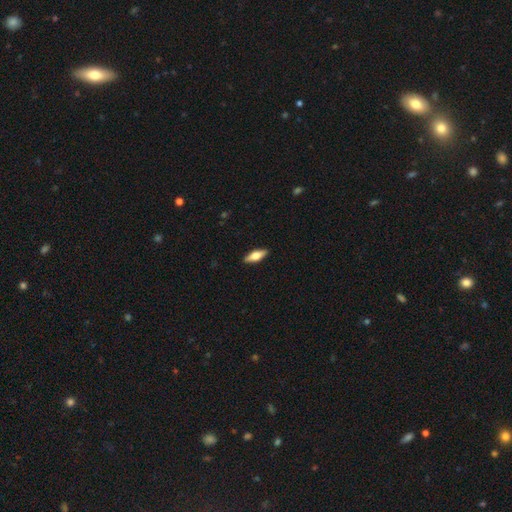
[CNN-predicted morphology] smooth 55%, featured or disk 40%, star or artifact 6%. Down the decision tree: how rounded — in between (58%); merging — none (90%).